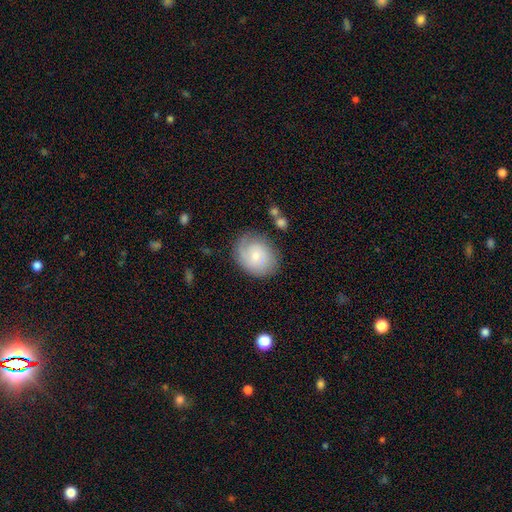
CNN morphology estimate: Smooth or featured: featured or disk — 46% (tied with smooth — 46%)
Merging: none — 73% (minor disturbance — 19%)